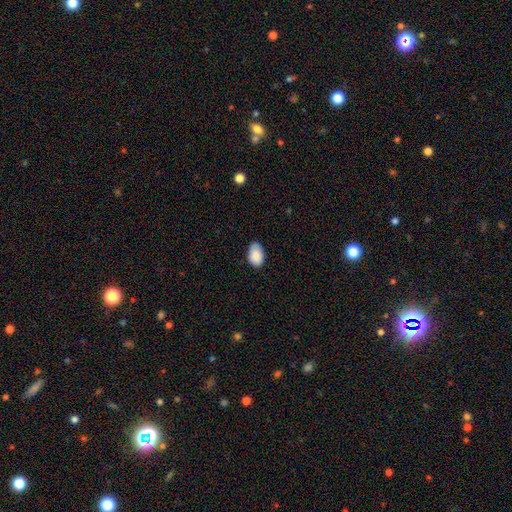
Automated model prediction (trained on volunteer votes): Smooth or featured? Predicted: smooth (p=0.89). How rounded? Predicted: in between (p=0.91). Merging? Predicted: none (p=0.76).